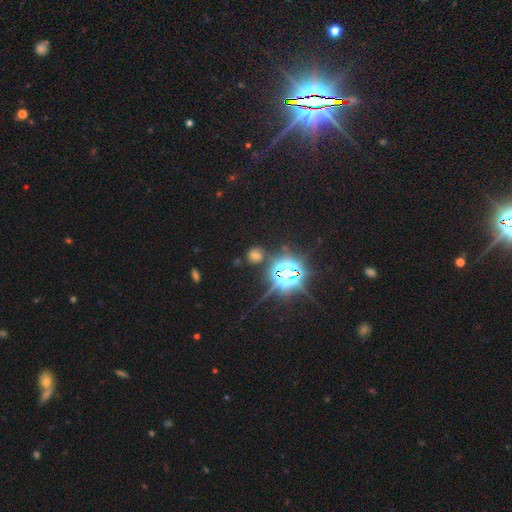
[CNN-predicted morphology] smooth-or-featured: star or artifact: 61% | smooth: 29% | featured or disk: 10%